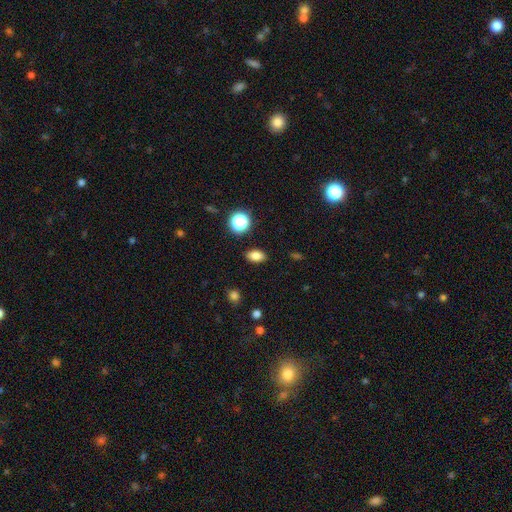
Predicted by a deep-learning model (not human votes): Overall: smooth (82%). How rounded: in between (85%). Merging: none (88%).